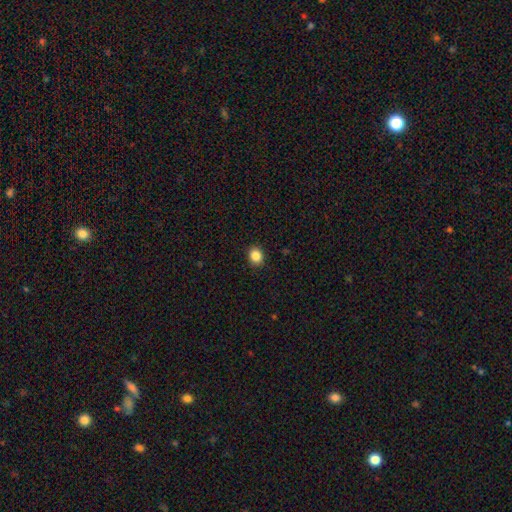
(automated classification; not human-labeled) Smooth or featured: smooth — 86% (star or artifact — 10%)
How rounded: round — 62% (in between — 37%)
Merging: none — 91% (minor disturbance — 6%)